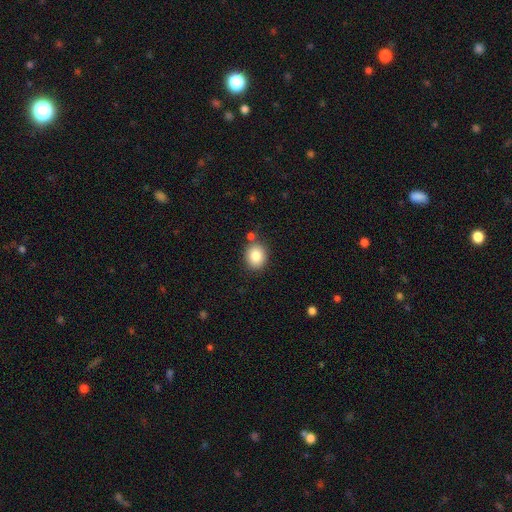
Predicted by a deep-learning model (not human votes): A smooth galaxy with no disk features (84%) that is round (69%). Merging: none (78%).